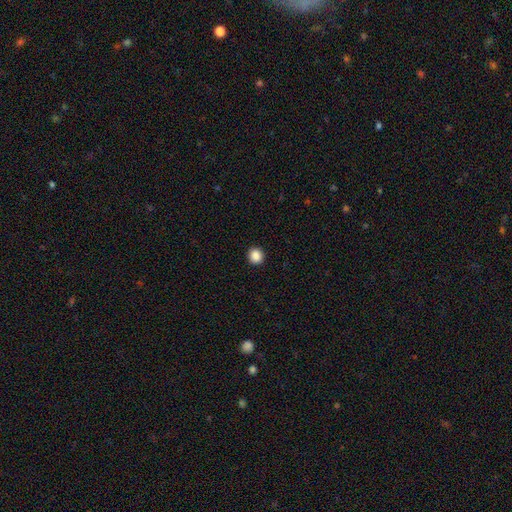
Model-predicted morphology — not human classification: Smooth or featured: smooth — 88% (star or artifact — 9%)
How rounded: round — 92% (in between — 7%)
Merging: none — 94% (minor disturbance — 4%)